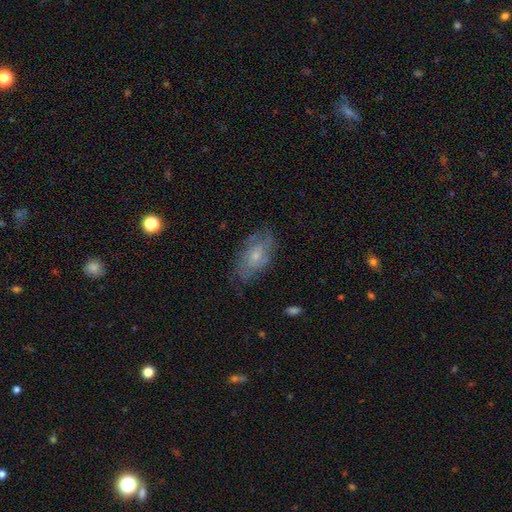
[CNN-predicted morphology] Q: Smooth or featured?
A: featured or disk (55%); runner-up: smooth (37%)
Q: Edge-on disk?
A: no (92%); runner-up: yes (8%)
Q: Bar?
A: no (76%); runner-up: weak (21%)
Q: Spiral arms?
A: yes (70%); runner-up: no (30%)
Q: Bulge size?
A: small (57%); runner-up: moderate (36%)
Q: Merging?
A: none (69%); runner-up: minor disturbance (21%)